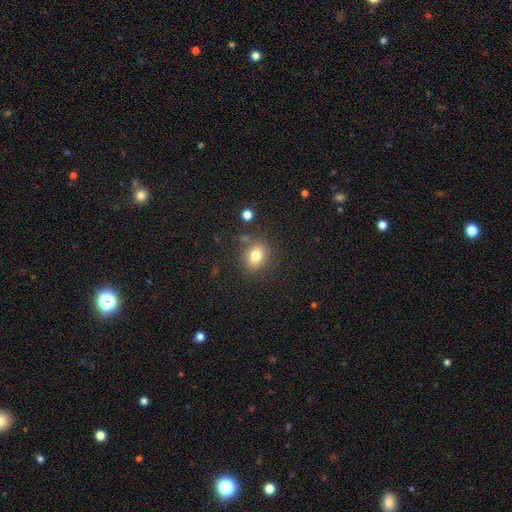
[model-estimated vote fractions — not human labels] Morphology: type=smooth (79%); roundness=round (52%); merging=none (80%).